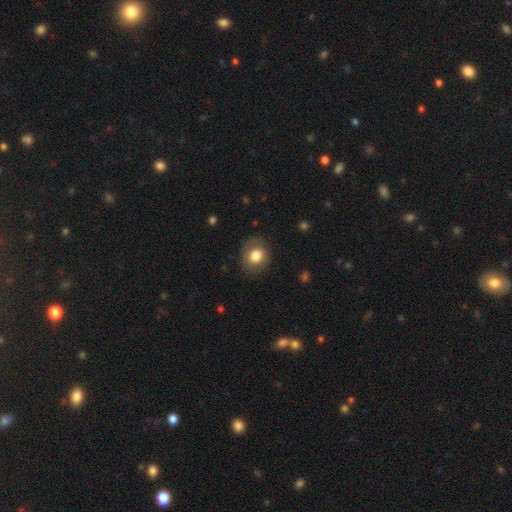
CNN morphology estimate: This is likely a smooth galaxy (78%). How rounded: likely round (65%). Merging: clearly none (84%).